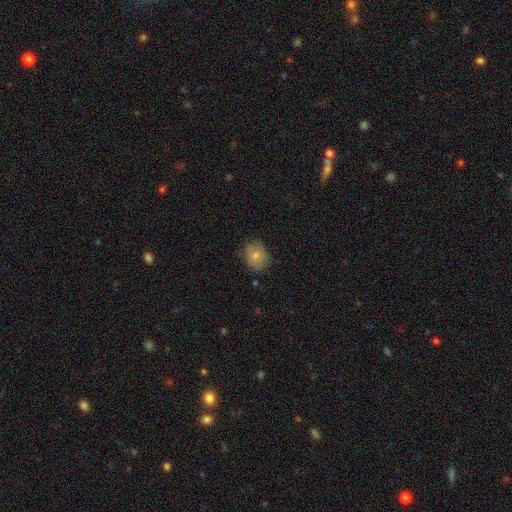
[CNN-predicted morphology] smooth_or_featured: smooth (p=0.78) [alt: featured or disk p=0.13]
how_rounded: round (p=0.57) [alt: in between p=0.42]
merging: none (p=0.77) [alt: minor disturbance p=0.18]